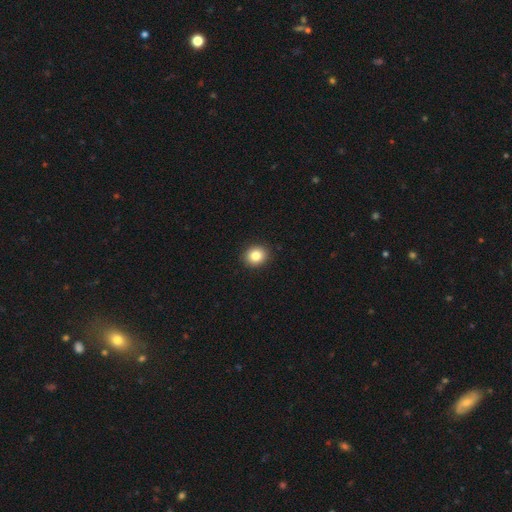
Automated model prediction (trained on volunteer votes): Smooth or featured: smooth — 84% (star or artifact — 10%)
How rounded: round — 75% (in between — 24%)
Merging: none — 92% (minor disturbance — 6%)